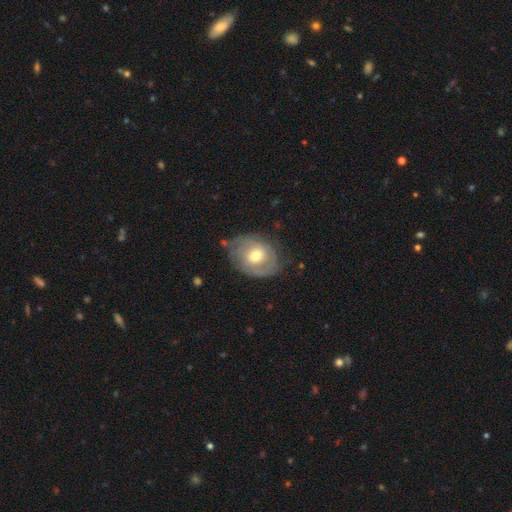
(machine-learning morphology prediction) Smooth or featured? featured or disk (56%)
Edge-on disk? no (95%)
Bar? no (61%)
Spiral arms? yes (66%)
Bulge size? moderate (67%)
Merging? none (66%)